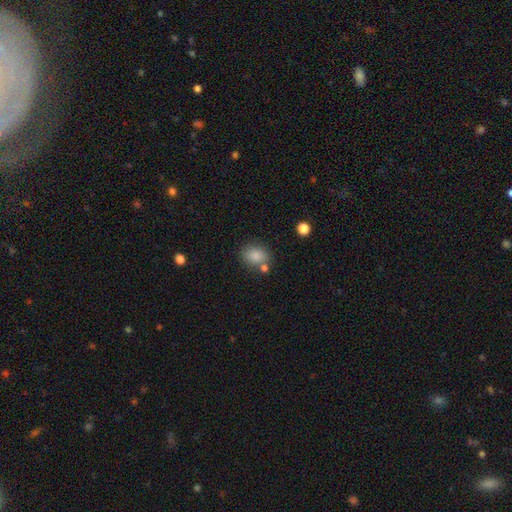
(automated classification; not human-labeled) Q: Smooth or featured?
A: smooth (84%); runner-up: star or artifact (10%)
Q: How rounded?
A: in between (54%); runner-up: round (44%)
Q: Merging?
A: none (70%); runner-up: minor disturbance (13%)